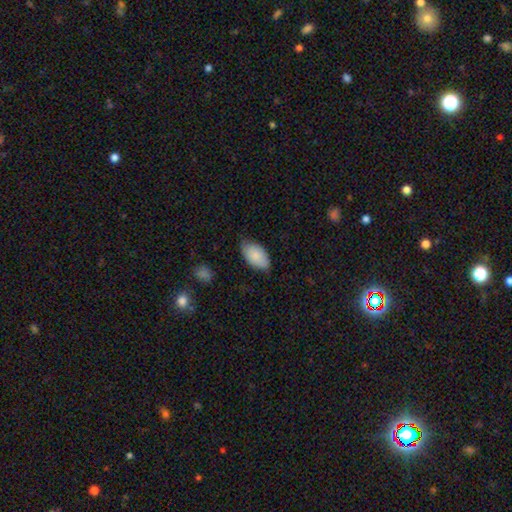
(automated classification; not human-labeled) smooth_or_featured: smooth (p=0.84) [alt: featured or disk p=0.10]
how_rounded: in between (p=0.95) [alt: round p=0.03]
merging: none (p=0.68) [alt: minor disturbance p=0.27]